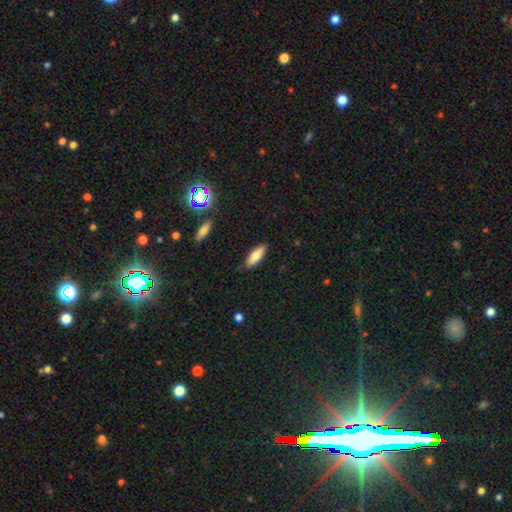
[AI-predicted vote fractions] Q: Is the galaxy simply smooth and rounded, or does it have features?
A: smooth — 80%.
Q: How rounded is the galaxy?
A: in between — 59%.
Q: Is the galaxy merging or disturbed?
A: none — 84%.